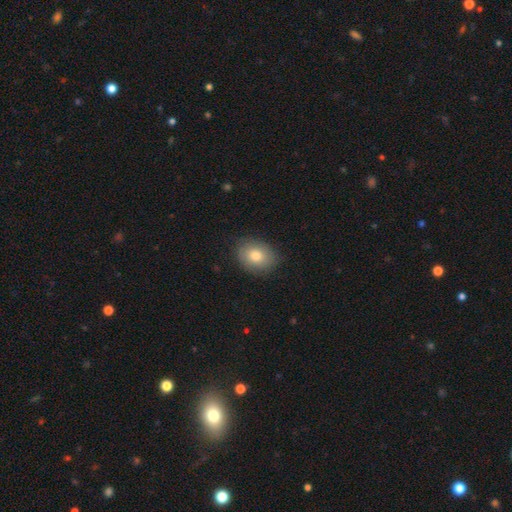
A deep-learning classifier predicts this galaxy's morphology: smooth 79%, featured or disk 13%, star or artifact 8%. Down the decision tree: how rounded — in between (59%); merging — none (83%).